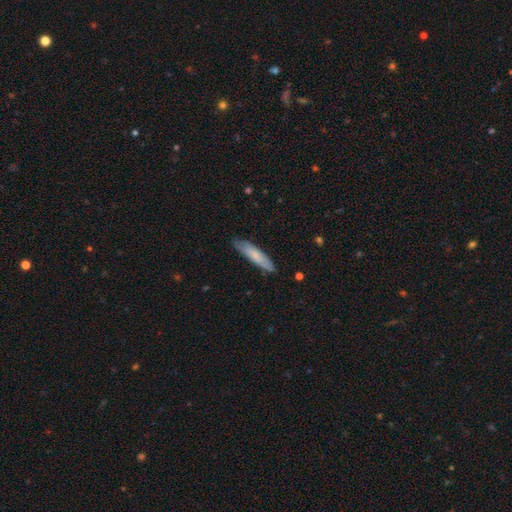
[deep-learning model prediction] Smooth or featured: smooth — 69% (featured or disk — 26%)
How rounded: cigar-shaped — 80% (in between — 19%)
Merging: none — 83% (minor disturbance — 14%)